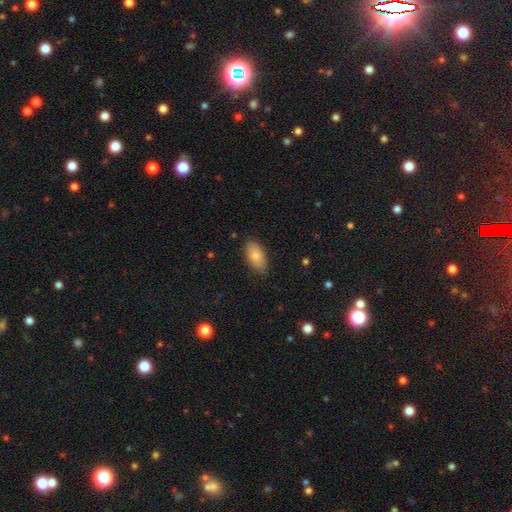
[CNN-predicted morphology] smooth 83%, featured or disk 11%, star or artifact 7%. Down the decision tree: how rounded — in between (93%); merging — none (82%).